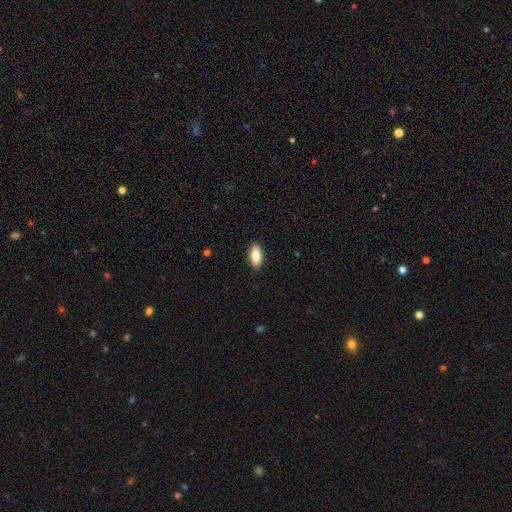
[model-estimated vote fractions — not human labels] Smooth or featured: smooth — 86% (featured or disk — 8%)
How rounded: in between — 86% (cigar-shaped — 12%)
Merging: none — 90% (minor disturbance — 8%)